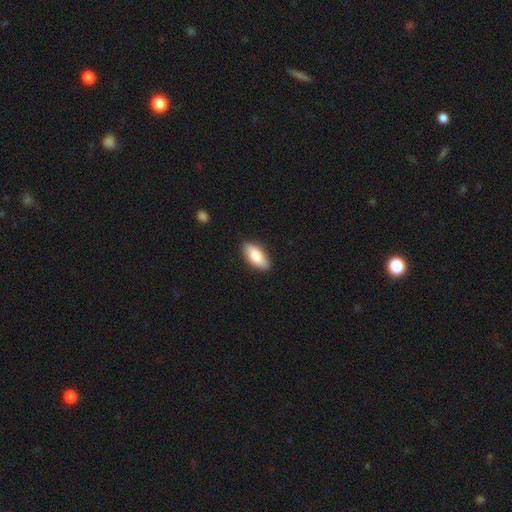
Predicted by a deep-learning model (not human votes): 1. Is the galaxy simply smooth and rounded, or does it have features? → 81% smooth, 13% featured or disk, 6% star or artifact.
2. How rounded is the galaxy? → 86% in between, 11% cigar-shaped, 2% round.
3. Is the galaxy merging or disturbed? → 86% none, 11% minor disturbance, 2% major disturbance, 1% merger.